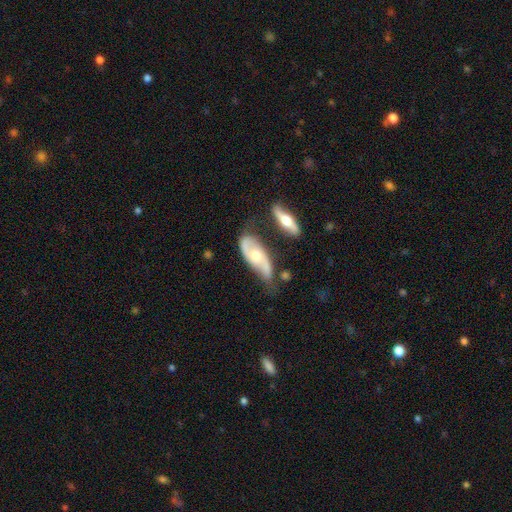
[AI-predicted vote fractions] Smooth or featured? featured or disk (77%)
Edge-on disk? no (88%)
Bar? no (66%)
Spiral arms? yes (90%)
Spiral winding? medium (41%)
Spiral arm count? 2 (85%)
Bulge size? moderate (66%)
Merging? none (49%)